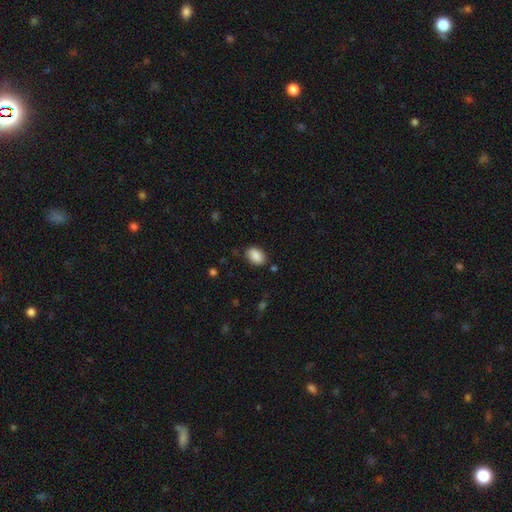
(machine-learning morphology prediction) A smooth galaxy with no disk features (88%) that is in between round and cigar-shaped (86%). Merging: none (82%).